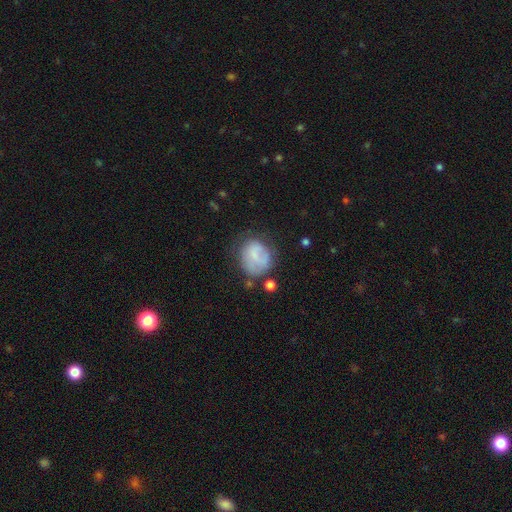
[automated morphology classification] smooth_or_featured: smooth (p=0.63) [alt: featured or disk p=0.27]
how_rounded: round (p=0.67) [alt: in between p=0.32]
merging: none (p=0.46) [alt: minor disturbance p=0.28]